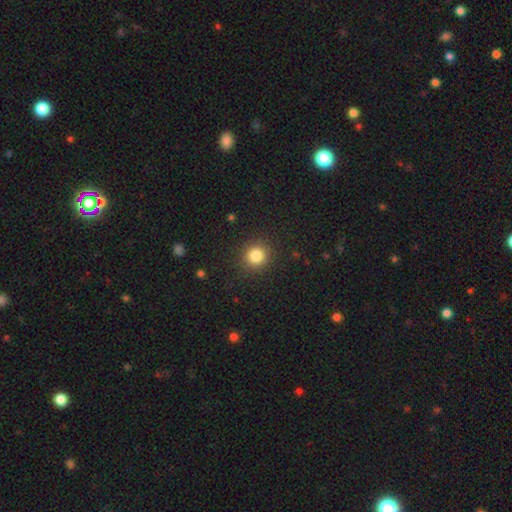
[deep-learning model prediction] Overall: smooth (84%). How rounded: round (89%). Merging: none (89%).